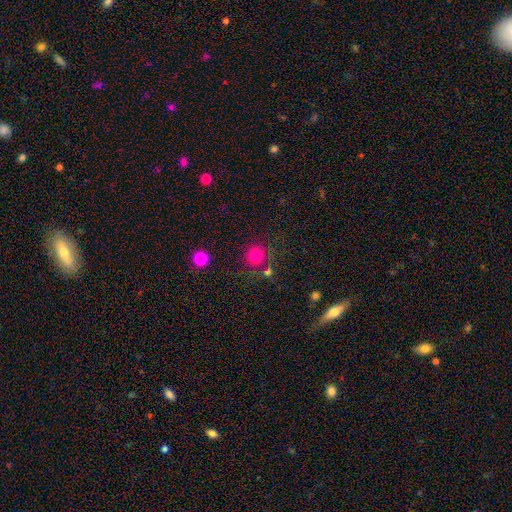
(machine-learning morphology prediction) Smooth or featured? Predicted: smooth (p=0.80). How rounded? Predicted: round (p=0.93). Merging? Predicted: none (p=0.78).